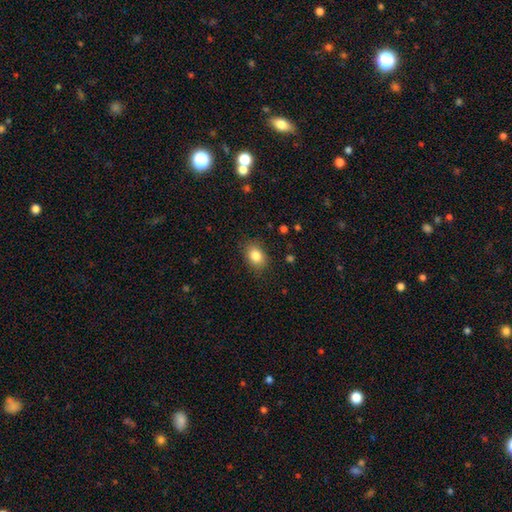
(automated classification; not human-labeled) This is clearly a smooth galaxy (84%). How rounded: likely in between (70%). Merging: clearly none (84%).